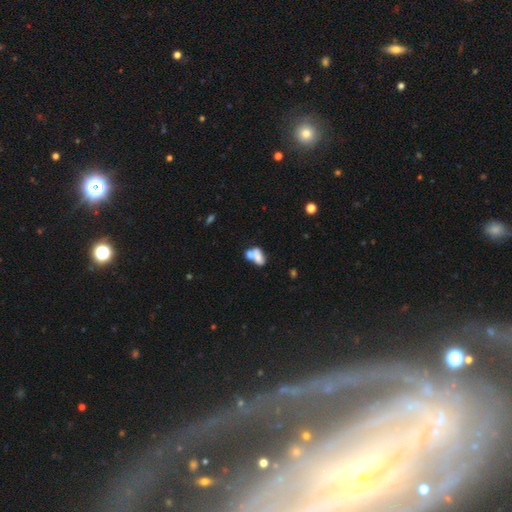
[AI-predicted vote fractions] Morphology: type=smooth (62%); roundness=in between (85%); merging=merger (63%).